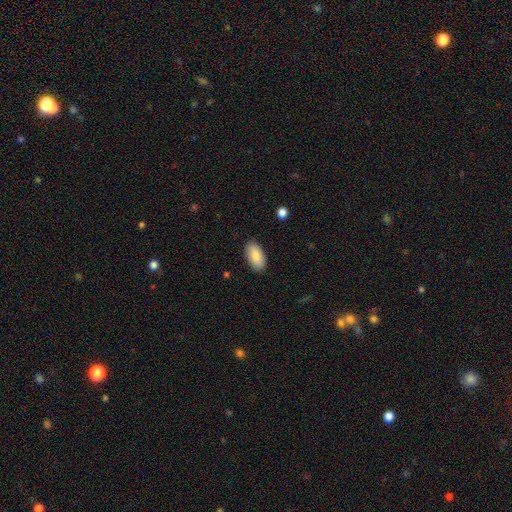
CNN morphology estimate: smooth_or_featured: smooth (p=0.86) [alt: featured or disk p=0.08]
how_rounded: in between (p=0.94) [alt: cigar-shaped p=0.03]
merging: none (p=0.87) [alt: minor disturbance p=0.10]